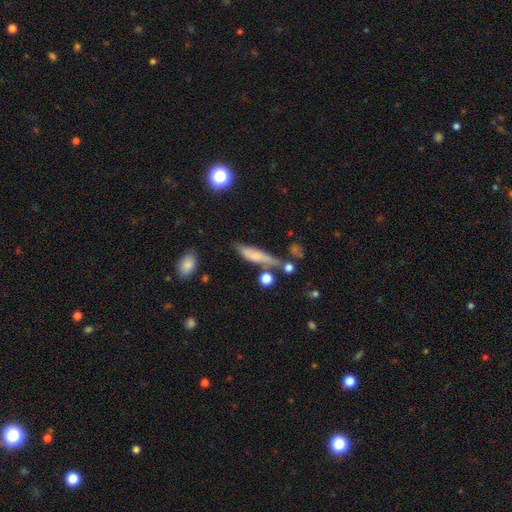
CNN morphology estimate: This appears to be a smooth galaxy with no disk features (66%) that is cigar-shaped (75%). Merging: none (54%).